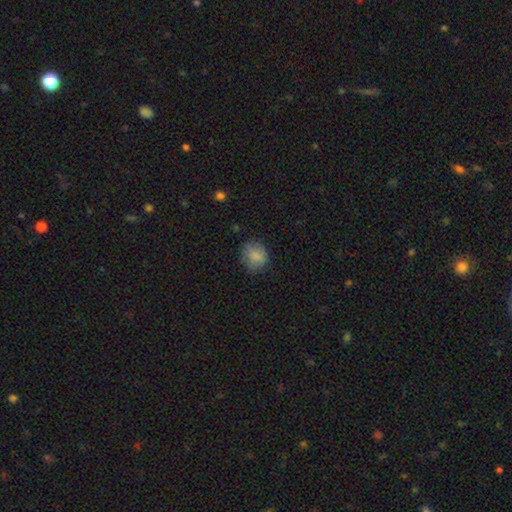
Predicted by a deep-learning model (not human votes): Q: Smooth or featured?
A: smooth (83%); runner-up: star or artifact (9%)
Q: How rounded?
A: round (73%); runner-up: in between (26%)
Q: Merging?
A: none (74%); runner-up: minor disturbance (19%)